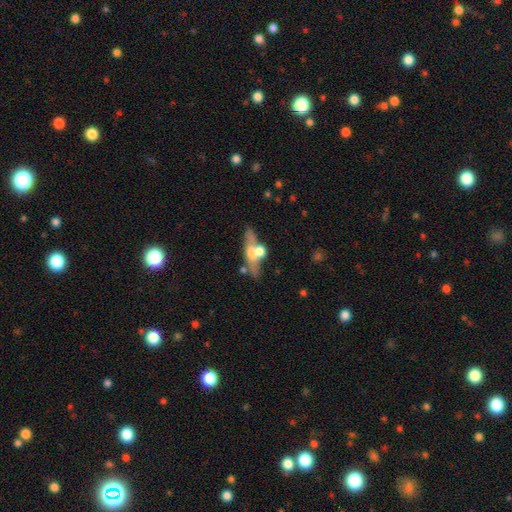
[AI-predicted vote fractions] smooth-or-featured: featured or disk: 53% | smooth: 39% | star or artifact: 8%
  disk-edge-on: yes: 66% | no: 34%
  merging: none: 55% | merger: 24% | minor disturbance: 14% | major disturbance: 7%